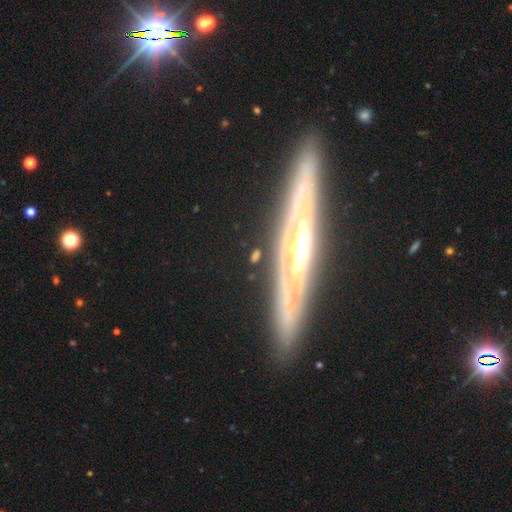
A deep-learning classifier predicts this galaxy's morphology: Q: Smooth or featured?
A: featured or disk (73%); runner-up: smooth (16%)
Q: Edge-on disk?
A: yes (75%); runner-up: no (25%)
Q: Edge-on bulge?
A: rounded (70%); runner-up: none (18%)
Q: Merging?
A: none (84%); runner-up: minor disturbance (10%)